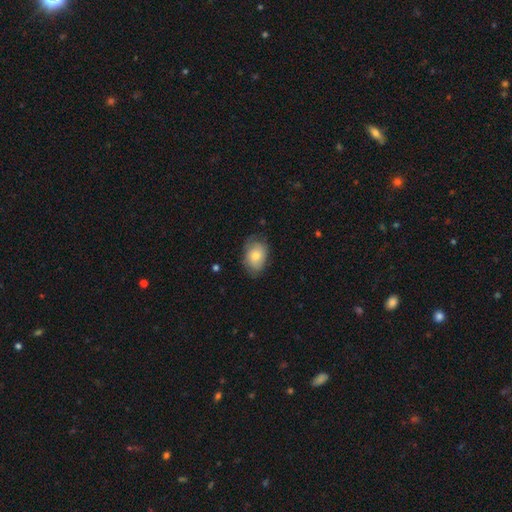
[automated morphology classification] Smooth or featured?
  - smooth: 70% *
  - featured or disk: 23%
  - star or artifact: 7%
How rounded?
  - in between: 78% *
  - round: 21%
  - cigar-shaped: 1%
Merging?
  - none: 67% *
  - minor disturbance: 25%
  - major disturbance: 7%
  - merger: 1%